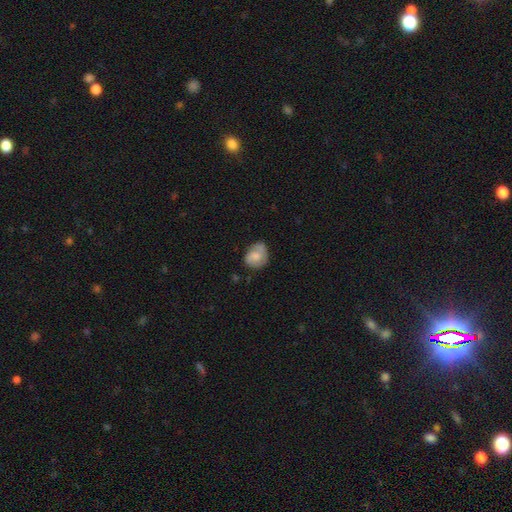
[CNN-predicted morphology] This is possibly a smooth galaxy (58%). How rounded: possibly round (57%). Merging: possibly none (54%).